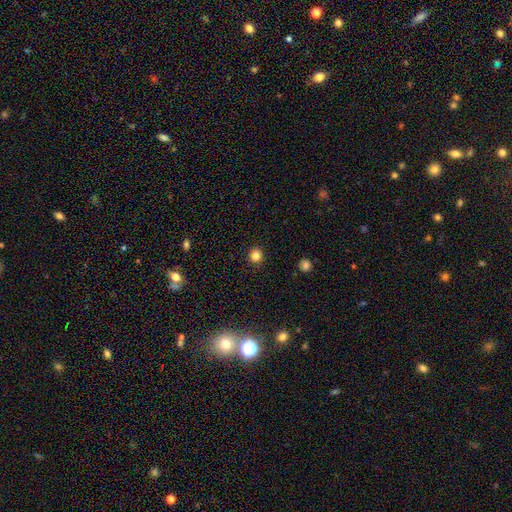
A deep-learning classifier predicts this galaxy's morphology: smooth 83%, star or artifact 13%, featured or disk 4%. Down the decision tree: how rounded — round (90%); merging — none (92%).